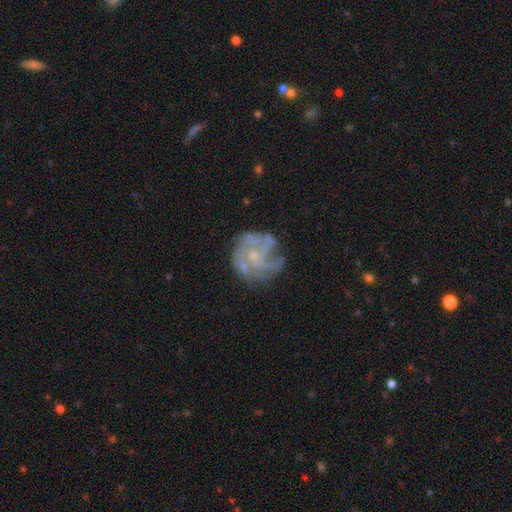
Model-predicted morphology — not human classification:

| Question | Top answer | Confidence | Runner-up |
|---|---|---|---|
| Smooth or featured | featured or disk | 78% | smooth (13%) |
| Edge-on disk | no | 98% | yes (2%) |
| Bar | no | 75% | weak (22%) |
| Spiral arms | yes | 86% | no (14%) |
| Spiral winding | medium | 43% | tight (39%) |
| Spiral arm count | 4 | 31% | can't tell (24%) |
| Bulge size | small | 63% | moderate (23%) |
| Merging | none | 63% | minor disturbance (20%) |